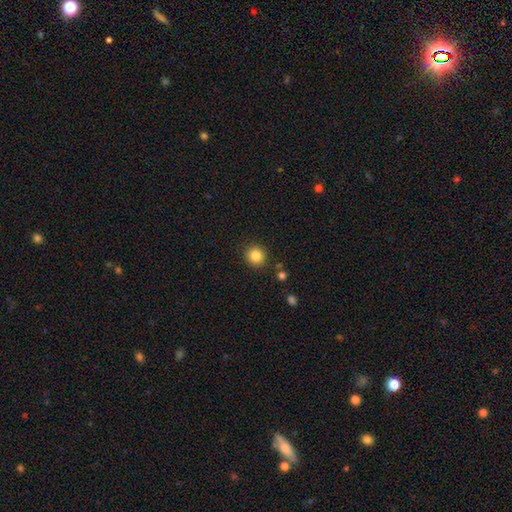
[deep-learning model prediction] smooth 84%, star or artifact 11%, featured or disk 5%. Down the decision tree: how rounded — round (90%); merging — none (89%).